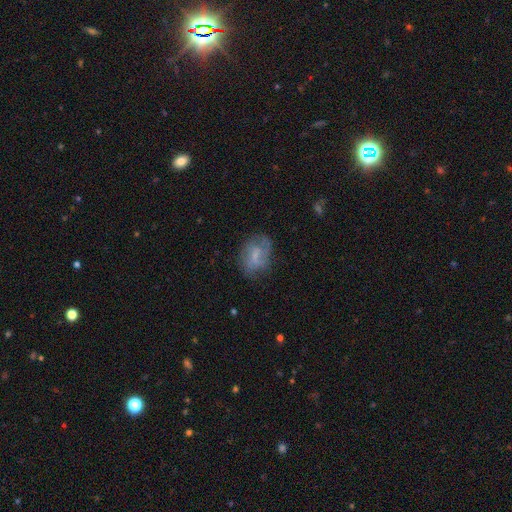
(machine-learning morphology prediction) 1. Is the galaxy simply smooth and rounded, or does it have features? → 51% featured or disk, 40% smooth, 9% star or artifact.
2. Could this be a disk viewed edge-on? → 96% no, 4% yes.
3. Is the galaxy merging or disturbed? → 61% none, 24% minor disturbance, 13% major disturbance, 2% merger.